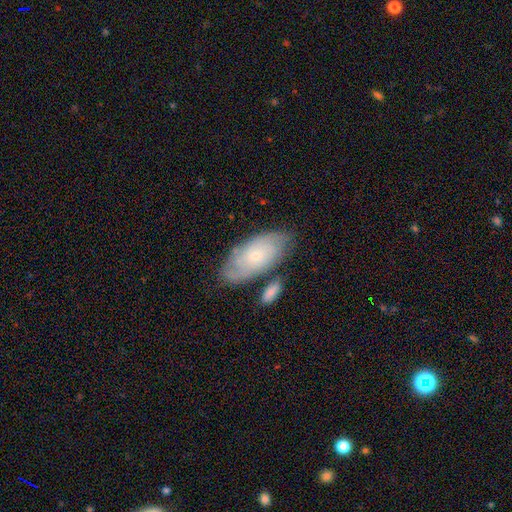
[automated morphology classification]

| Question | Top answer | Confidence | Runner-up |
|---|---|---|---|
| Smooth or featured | featured or disk | 52% | smooth (41%) |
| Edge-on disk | no | 91% | yes (9%) |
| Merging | none | 67% | minor disturbance (17%) |